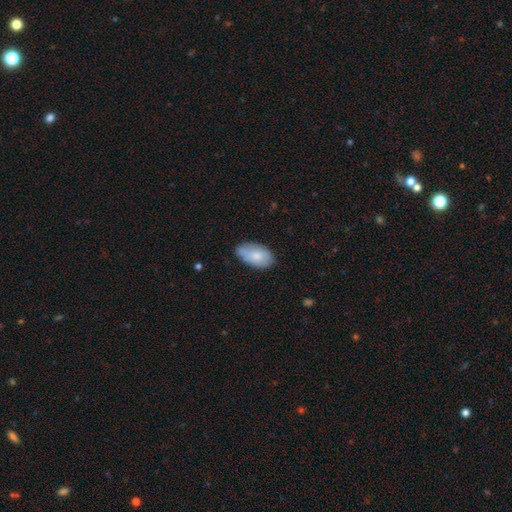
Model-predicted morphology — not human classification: Q: Smooth or featured?
A: smooth (79%); runner-up: featured or disk (14%)
Q: How rounded?
A: in between (94%); runner-up: round (4%)
Q: Merging?
A: none (65%); runner-up: minor disturbance (28%)